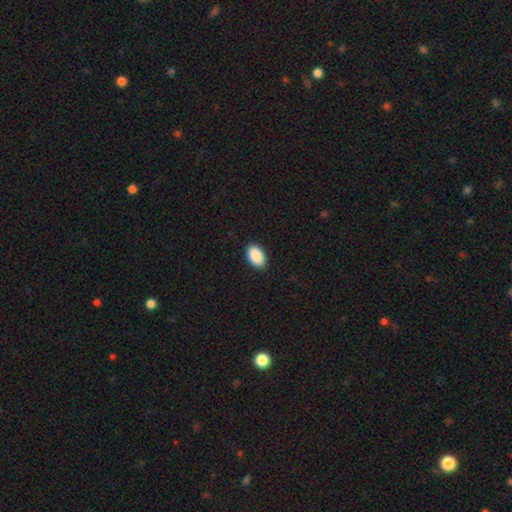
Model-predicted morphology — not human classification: type=smooth (91%); roundness=in between (94%); merging=none (90%).